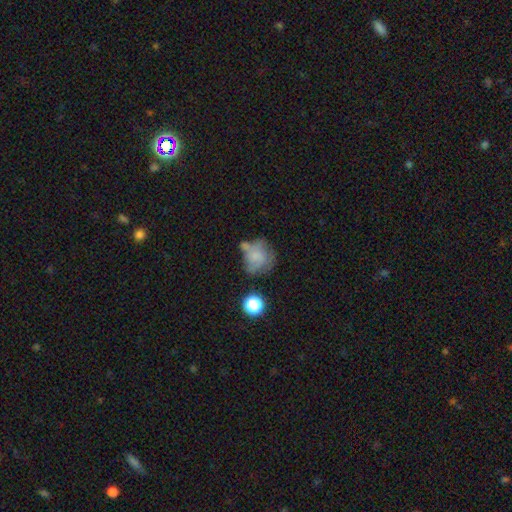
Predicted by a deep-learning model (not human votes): Overall: smooth (55%; featured or disk 32%). How rounded: round (67%; in between 32%). Merging: none (38%; minor disturbance 25%).